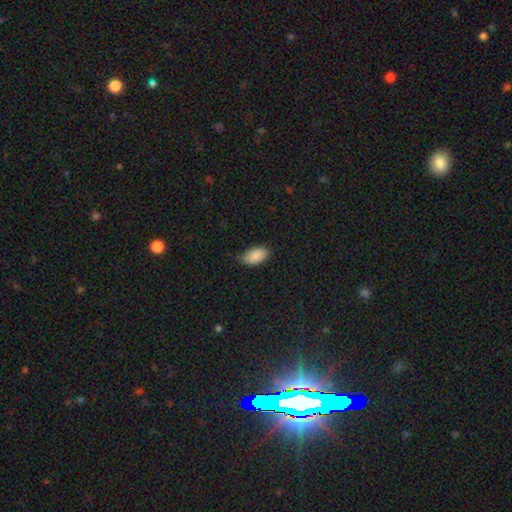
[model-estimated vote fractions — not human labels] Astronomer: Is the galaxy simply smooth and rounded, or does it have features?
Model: smooth — 89%.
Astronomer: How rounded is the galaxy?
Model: in between — 94%.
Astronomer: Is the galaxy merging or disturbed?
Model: none — 66%.